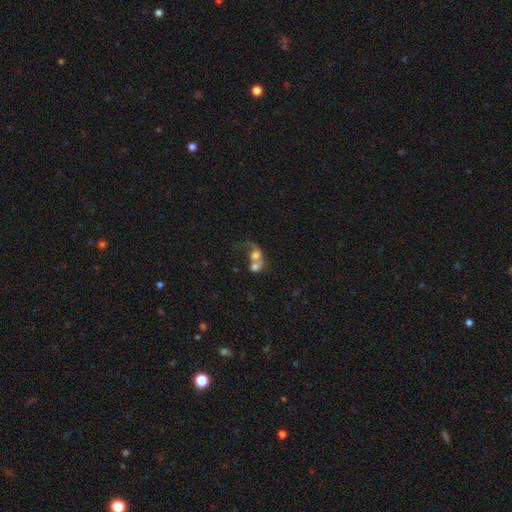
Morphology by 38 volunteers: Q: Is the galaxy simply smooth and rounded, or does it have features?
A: smooth — 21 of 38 (55%).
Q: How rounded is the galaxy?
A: round — 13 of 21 (62%).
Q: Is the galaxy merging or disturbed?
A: merger — 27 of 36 (75%).